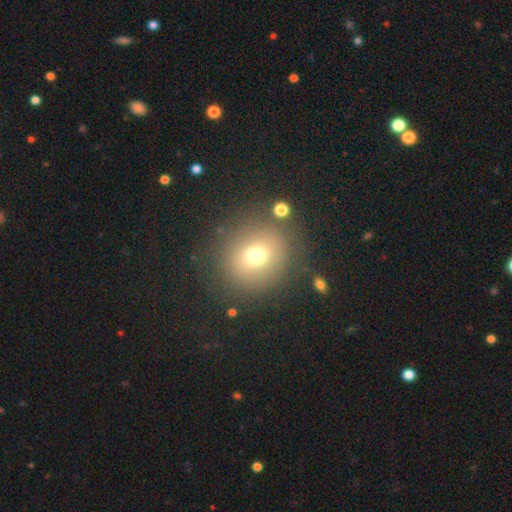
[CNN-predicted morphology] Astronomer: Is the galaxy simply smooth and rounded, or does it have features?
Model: smooth — 69%.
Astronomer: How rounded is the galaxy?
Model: round — 79%.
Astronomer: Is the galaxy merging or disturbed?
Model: none — 80%.